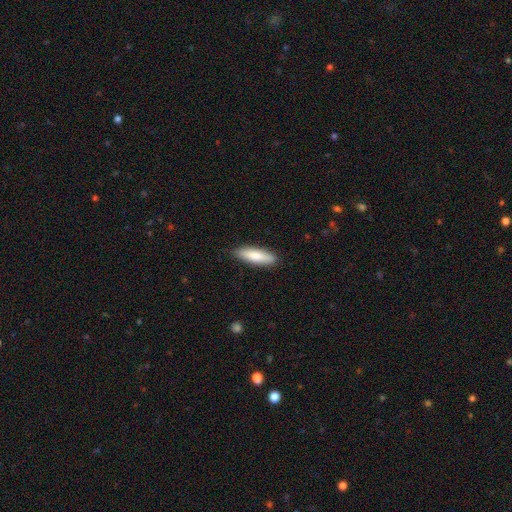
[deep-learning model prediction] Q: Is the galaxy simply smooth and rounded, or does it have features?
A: smooth — 81%.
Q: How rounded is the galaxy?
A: cigar-shaped — 62%.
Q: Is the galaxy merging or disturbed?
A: none — 87%.